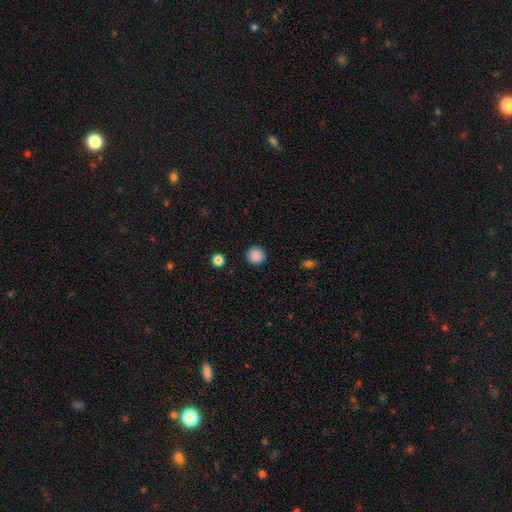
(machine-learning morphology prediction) A smooth galaxy with no disk features (88%) that is round (95%).

Vote fractions:
- Smooth or featured? smooth: 88% / star or artifact: 9% / featured or disk: 2%
- How rounded? round: 95% / in between: 4% / cigar-shaped: 1%
- Merging? none: 92% / minor disturbance: 5% / major disturbance: 2% / merger: 1%